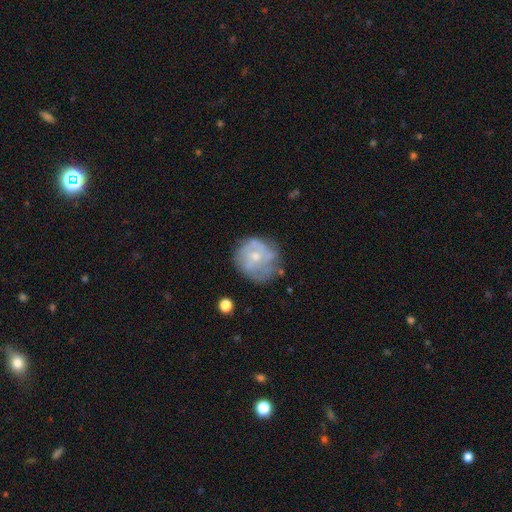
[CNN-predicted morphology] Smooth or featured? featured or disk (56%)
Edge-on disk? no (98%)
Bar? no (80%)
Spiral arms? yes (54%)
Bulge size? small (57%)
Merging? none (60%)